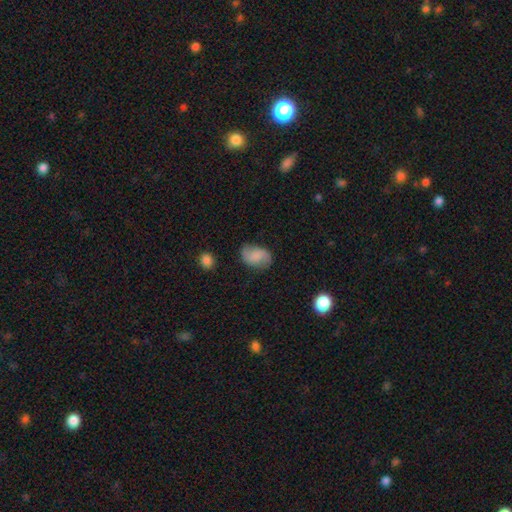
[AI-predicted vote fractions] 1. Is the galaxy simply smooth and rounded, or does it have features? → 54% smooth, 37% featured or disk, 9% star or artifact.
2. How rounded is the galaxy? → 84% in between, 15% round, 2% cigar-shaped.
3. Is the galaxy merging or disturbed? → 71% none, 21% minor disturbance, 6% major disturbance, 2% merger.